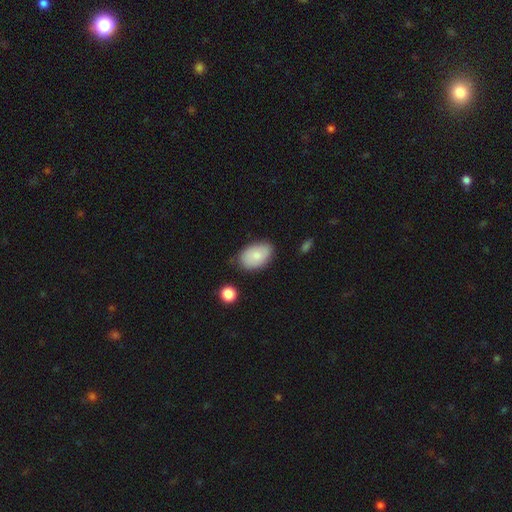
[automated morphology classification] smooth 80%, featured or disk 14%, star or artifact 7%. Down the decision tree: how rounded — in between (91%); merging — none (75%).